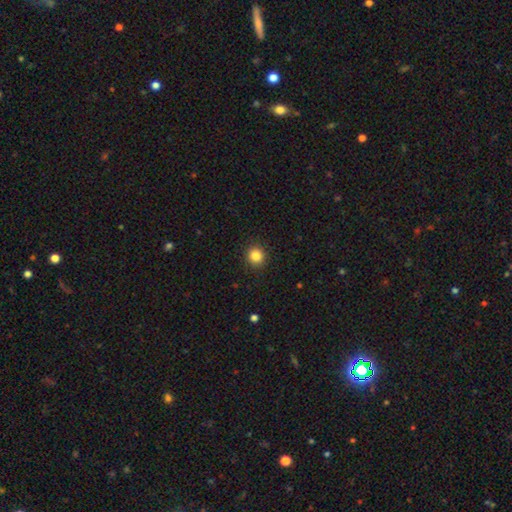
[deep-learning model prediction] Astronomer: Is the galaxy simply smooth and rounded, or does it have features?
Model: smooth — 85%.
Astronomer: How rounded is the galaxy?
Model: round — 90%.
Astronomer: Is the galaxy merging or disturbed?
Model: none — 91%.